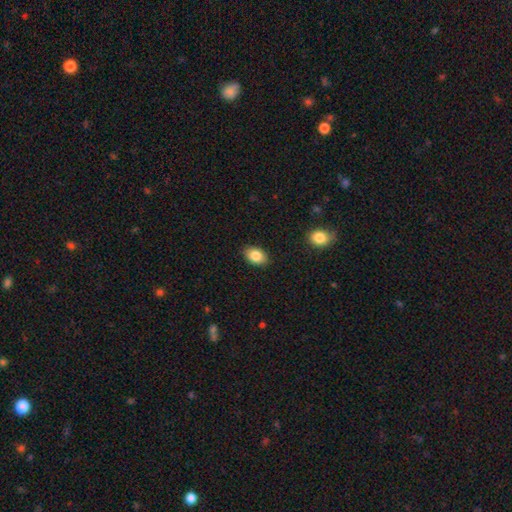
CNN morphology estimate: This appears to be a smooth galaxy with no disk features (85%) that is in between round and cigar-shaped (88%). Merging: none (88%).